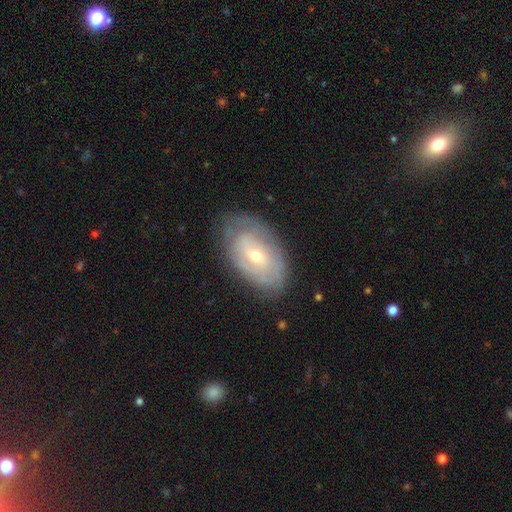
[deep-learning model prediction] A featured or disk galaxy (63%) with no bar (58%), spiral arms (61%) and a small central bulge (51%).

Vote fractions:
- Smooth or featured? featured or disk: 63% / smooth: 30% / star or artifact: 7%
- Edge-on disk? no: 92% / yes: 8%
- Bar? no: 58% / weak: 33% / strong: 9%
- Spiral arms? yes: 61% / no: 39%
- Bulge size? small: 51% / moderate: 46% / large: 2% / none: 1% / dominant: 1%
- Merging? none: 72% / minor disturbance: 20% / major disturbance: 6% / merger: 1%